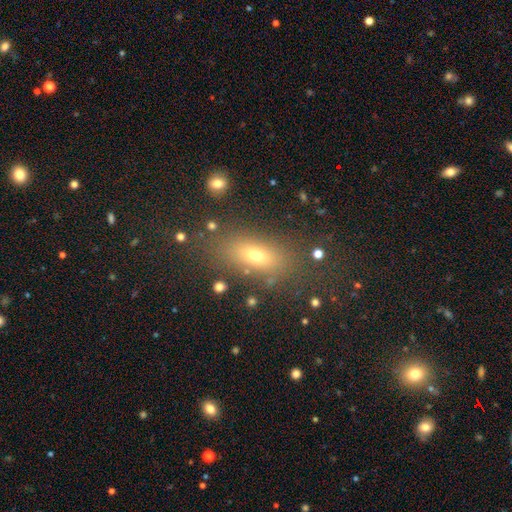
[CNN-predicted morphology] Overall: smooth (65%). How rounded: in between (74%). Merging: none (78%).